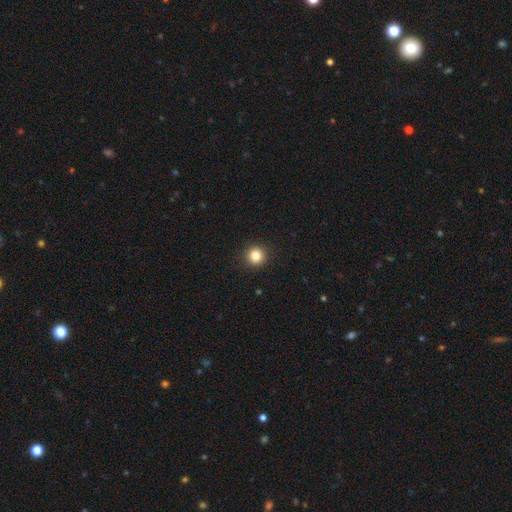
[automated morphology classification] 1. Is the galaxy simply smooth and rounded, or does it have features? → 83% smooth, 12% star or artifact, 5% featured or disk.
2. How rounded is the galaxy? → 94% round, 5% in between, 1% cigar-shaped.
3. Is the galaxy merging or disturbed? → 92% none, 5% minor disturbance, 2% major disturbance, 1% merger.